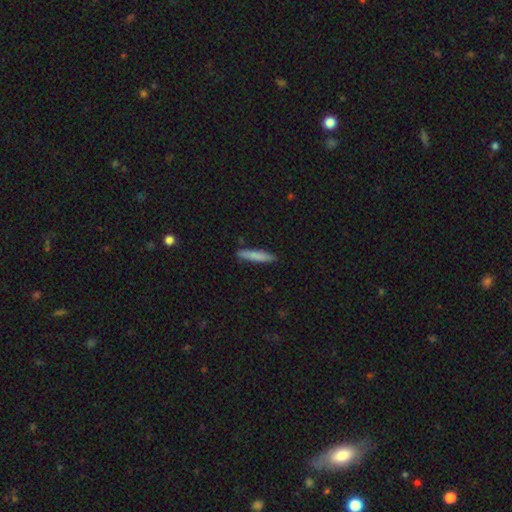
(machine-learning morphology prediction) smooth_or_featured: smooth (p=0.81) [alt: featured or disk p=0.13]
how_rounded: cigar-shaped (p=0.90) [alt: in between p=0.09]
merging: none (p=0.86) [alt: minor disturbance p=0.11]